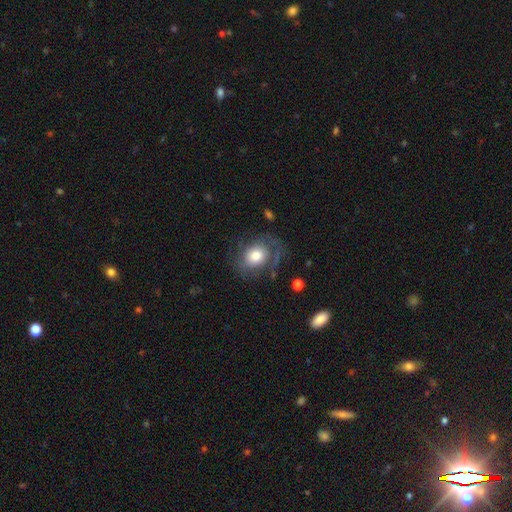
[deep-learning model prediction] Overall: smooth (49%; featured or disk 43%). Merging: none (52%; major disturbance 24%).